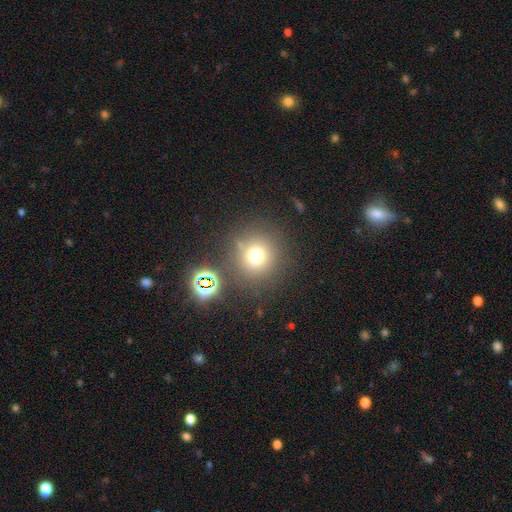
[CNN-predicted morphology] A smooth galaxy with no disk features (70%) that is round (92%). Merging: none (79%).